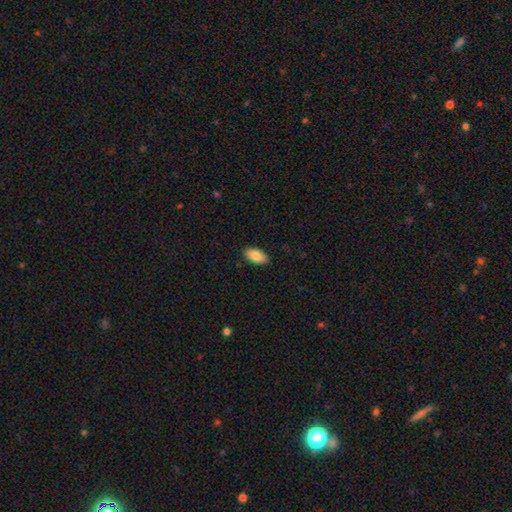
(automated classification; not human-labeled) A smooth galaxy with no disk features (85%) that is in between round and cigar-shaped (93%).

Vote fractions:
- Smooth or featured? smooth: 85% / featured or disk: 8% / star or artifact: 7%
- How rounded? in between: 93% / cigar-shaped: 4% / round: 2%
- Merging? none: 88% / minor disturbance: 9% / major disturbance: 2% / merger: 1%